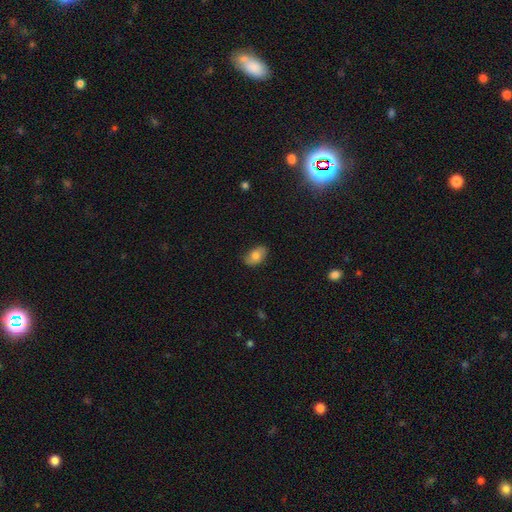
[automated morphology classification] Smooth or featured? Predicted: smooth (p=0.74). How rounded? Predicted: in between (p=0.91). Merging? Predicted: none (p=0.76).